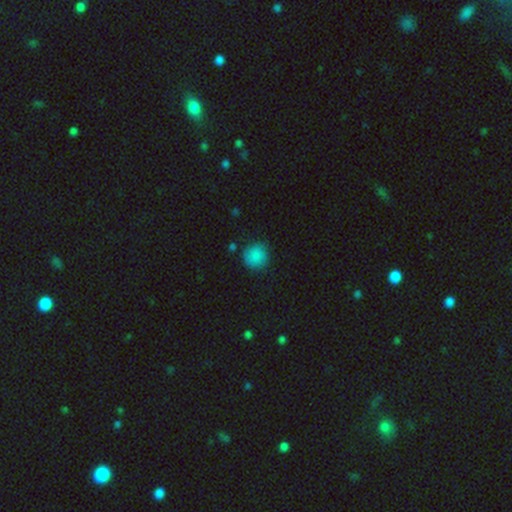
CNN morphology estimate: The model was most divided on "merging": none: 81%, minor disturbance: 14%, major disturbance: 3%, merger: 2%. More confident: how rounded — round (91%); smooth or featured — smooth (85%).